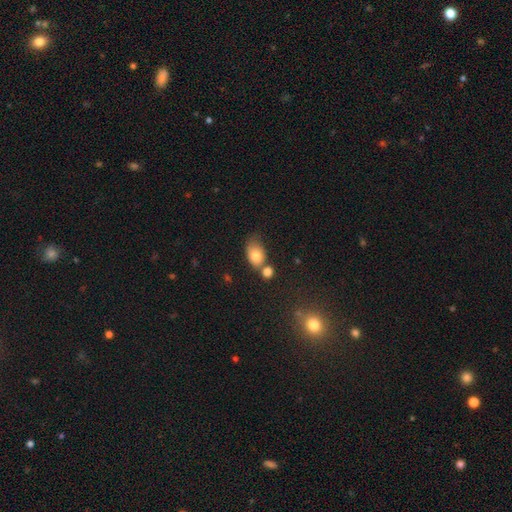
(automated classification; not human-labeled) Smooth or featured: smooth — 80% (featured or disk — 11%)
How rounded: in between — 83% (round — 16%)
Merging: none — 41% (merger — 28%)